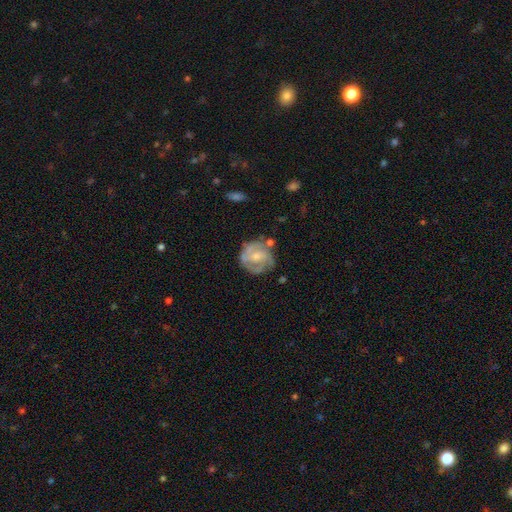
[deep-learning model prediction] smooth_or_featured: featured or disk (p=0.75) [alt: smooth p=0.19]
disk_edge_on: no (p=0.98) [alt: yes p=0.02]
bar: no (p=0.61) [alt: weak p=0.33]
has_spiral_arms: yes (p=0.88) [alt: no p=0.12]
spiral_winding: tight (p=0.52) [alt: medium p=0.37]
spiral_arm_count: 2 (p=0.31) [alt: 3 p=0.30]
bulge_size: small (p=0.51) [alt: moderate p=0.41]
merging: none (p=0.64) [alt: minor disturbance p=0.22]